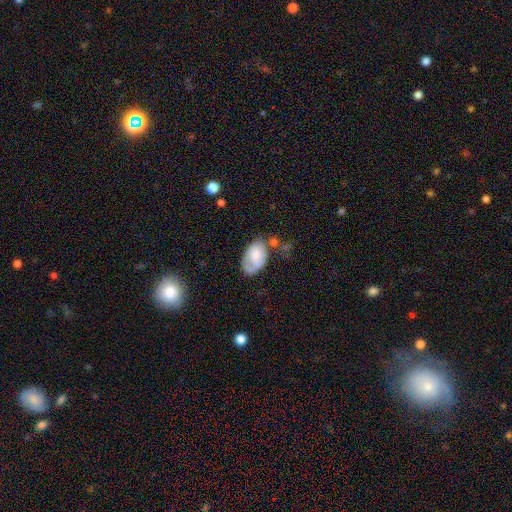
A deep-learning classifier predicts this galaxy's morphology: A smooth galaxy with no disk features (65%) that is in between round and cigar-shaped (92%).

Vote fractions:
- Smooth or featured? smooth: 65% / featured or disk: 28% / star or artifact: 7%
- How rounded? in between: 92% / round: 7% / cigar-shaped: 1%
- Merging? none: 44% / minor disturbance: 30% / major disturbance: 15% / merger: 11%